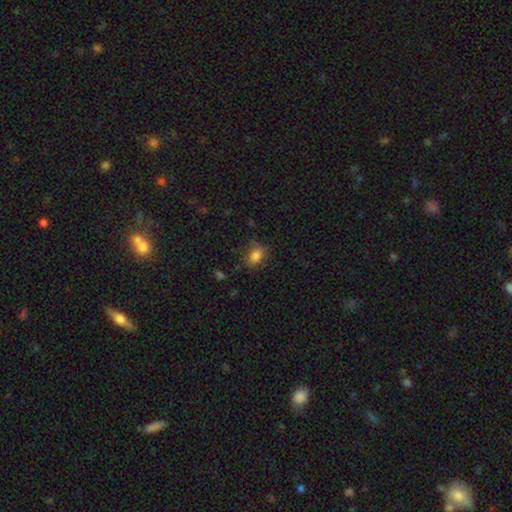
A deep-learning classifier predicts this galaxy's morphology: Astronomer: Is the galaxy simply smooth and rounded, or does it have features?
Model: smooth — 83%.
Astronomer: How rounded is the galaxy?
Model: in between — 71%.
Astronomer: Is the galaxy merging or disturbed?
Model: none — 70%.